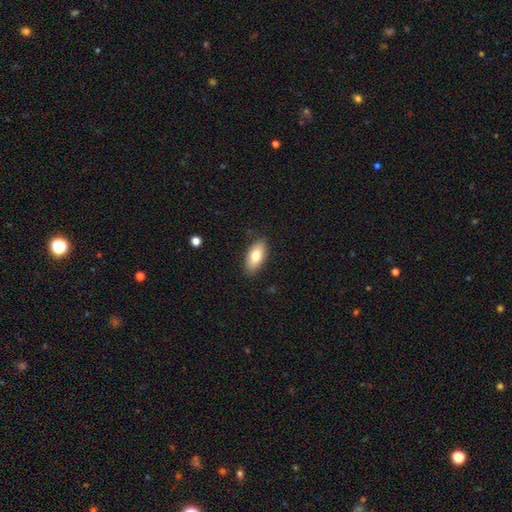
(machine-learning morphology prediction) The model was most divided on "smooth or featured": smooth: 79%, featured or disk: 15%, star or artifact: 7%. More confident: how rounded — in between (90%); merging — none (86%).